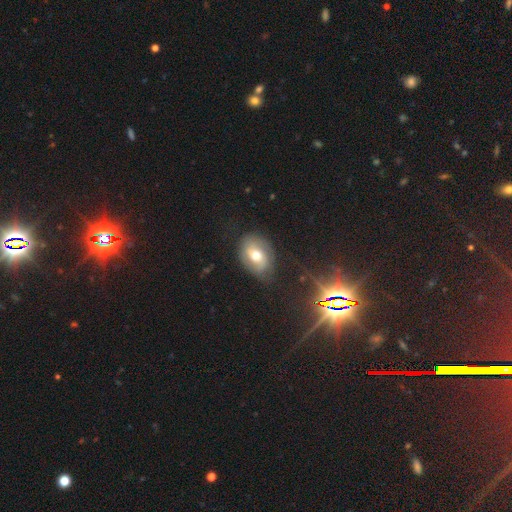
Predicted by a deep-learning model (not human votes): This appears to be a smooth galaxy with no disk features (45%, tied with featured or disk). Merging: none (74%).